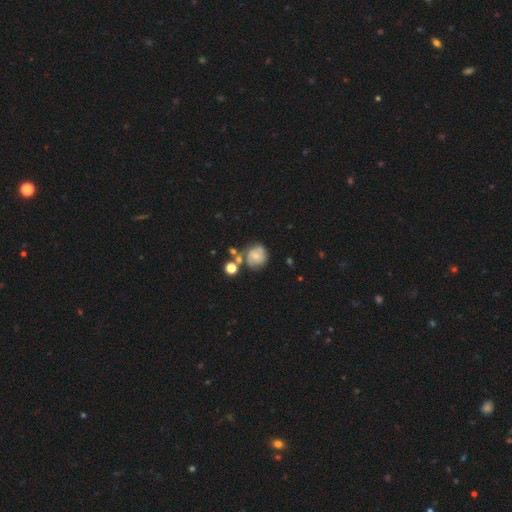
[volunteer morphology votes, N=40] smooth-or-featured: featured or disk: 57% | smooth: 40% | star or artifact: 2%
  disk-edge-on: no: 100% | yes: 0%
    bar: no: 87% | strong: 9% | weak: 4%
    has-spiral-arms: yes: 78% | no: 22%
      spiral-winding: tight: 50% | loose: 28% | medium: 22%
      spiral-arm-count: 2: 50% | can't tell: 44% | 3: 6% | 1: 0% | 4: 0% | more than 4: 0%
    bulge-size: moderate: 48% (tied) | small: 48% (tied) | large: 4% | dominant: 0% | none: 0%
  merging: none: 28% | minor disturbance: 26% | merger: 26% | major disturbance: 21%